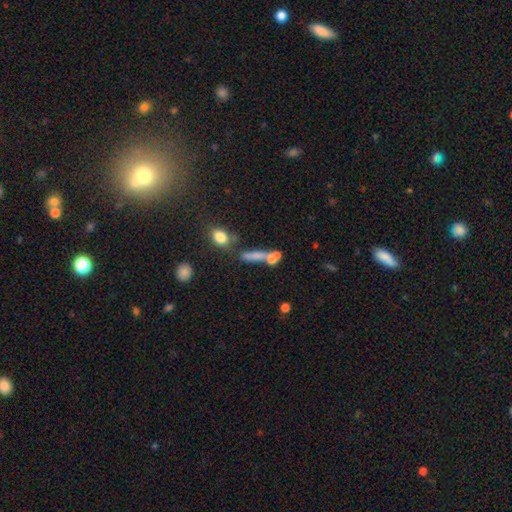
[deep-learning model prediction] smooth-or-featured: smooth: 62% | featured or disk: 25% | star or artifact: 13%
  how-rounded: cigar-shaped: 66% | in between: 23% | round: 10%
  merging: none: 44% | merger: 34% | minor disturbance: 13% | major disturbance: 9%